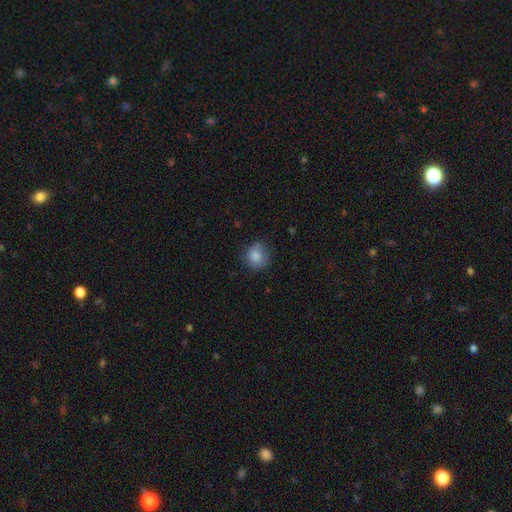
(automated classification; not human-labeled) Overall: smooth (84%). How rounded: round (82%). Merging: none (70%).